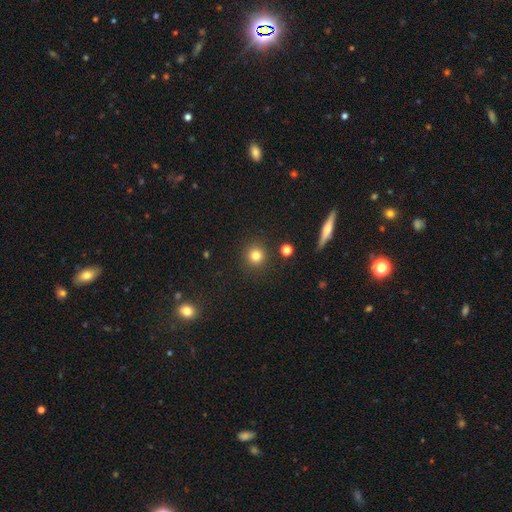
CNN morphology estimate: This is clearly a smooth galaxy (81%). How rounded: clearly round (94%). Merging: clearly none (90%).